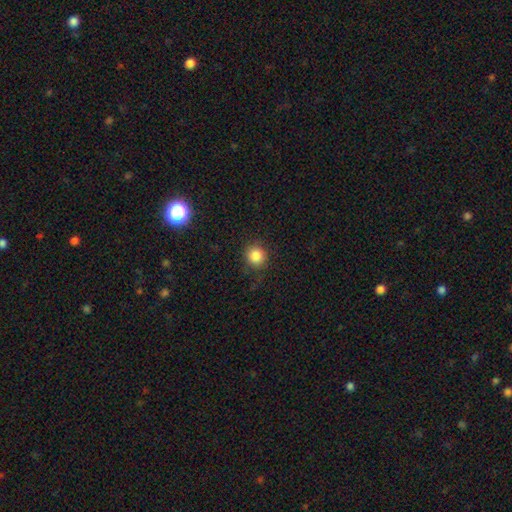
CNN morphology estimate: Smooth or featured?
  - smooth: 85% *
  - star or artifact: 11%
  - featured or disk: 4%
How rounded?
  - round: 92% *
  - in between: 7%
  - cigar-shaped: 1%
Merging?
  - none: 86% *
  - minor disturbance: 10%
  - major disturbance: 3%
  - merger: 1%